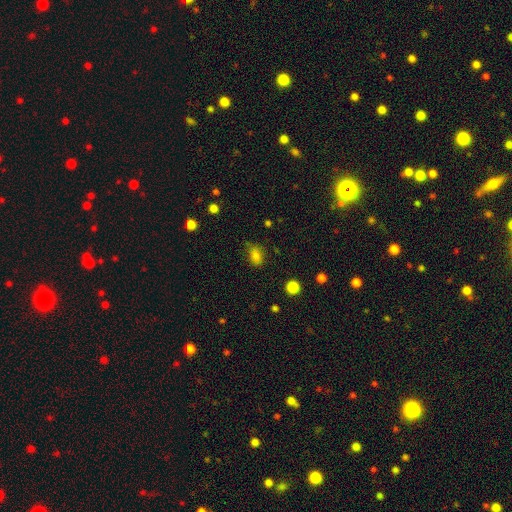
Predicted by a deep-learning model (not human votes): Smooth or featured: smooth — 79% (star or artifact — 13%)
How rounded: in between — 75% (round — 23%)
Merging: none — 65% (minor disturbance — 25%)